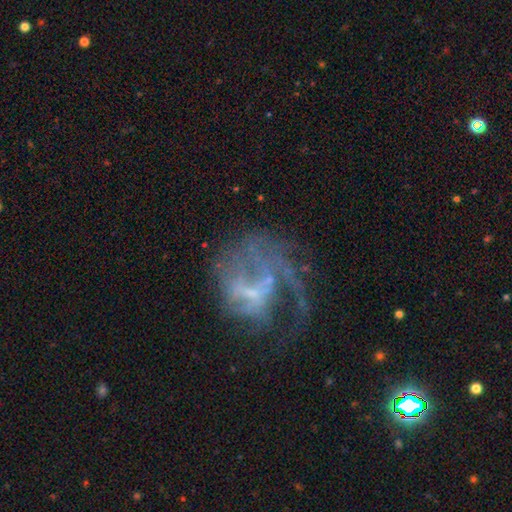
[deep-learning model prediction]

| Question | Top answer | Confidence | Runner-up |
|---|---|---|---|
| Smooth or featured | featured or disk | 65% | star or artifact (20%) |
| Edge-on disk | no | 97% | yes (3%) |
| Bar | no | 54% | weak (33%) |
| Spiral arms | yes | 58% | no (42%) |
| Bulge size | none | 43% | small (39%) |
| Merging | major disturbance | 44% | none (36%) |